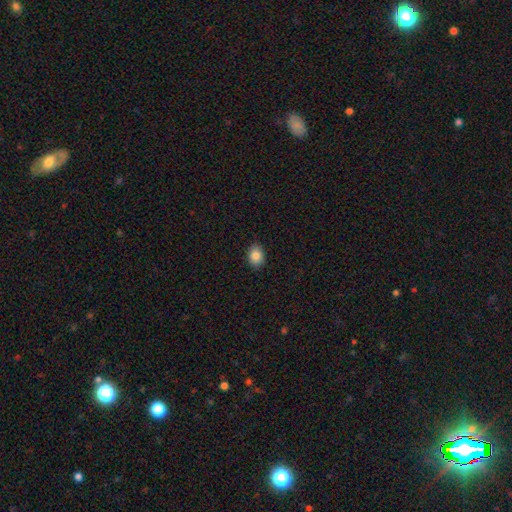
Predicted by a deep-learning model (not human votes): A smooth galaxy with no disk features (85%) that is in between round and cigar-shaped (69%). Merging: none (89%).